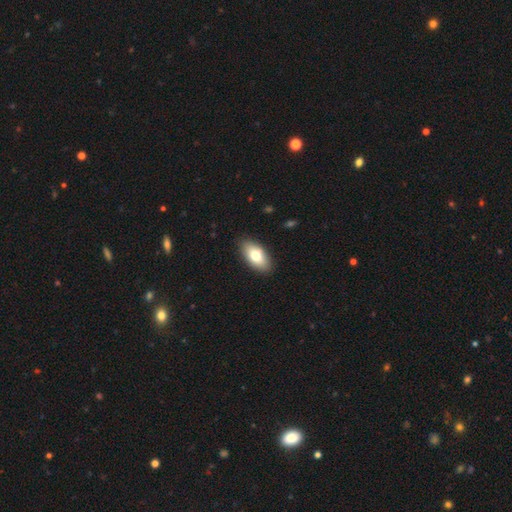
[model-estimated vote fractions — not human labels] Smooth or featured: smooth — 75% (featured or disk — 18%)
How rounded: in between — 92% (cigar-shaped — 5%)
Merging: none — 88% (minor disturbance — 9%)